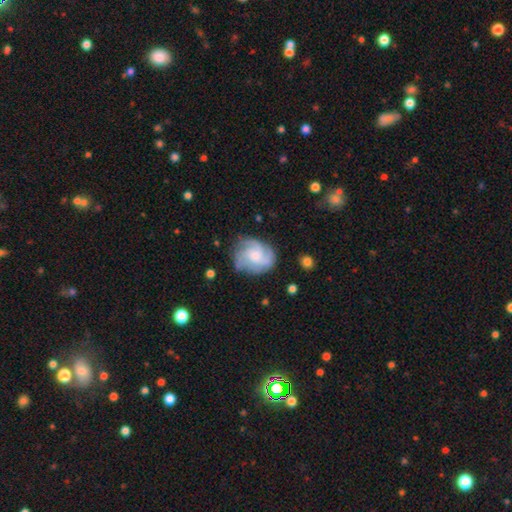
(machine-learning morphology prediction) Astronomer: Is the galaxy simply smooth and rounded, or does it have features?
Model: featured or disk — 76%.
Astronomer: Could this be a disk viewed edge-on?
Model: no — 98%.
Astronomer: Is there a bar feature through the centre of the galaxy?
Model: no — 72%.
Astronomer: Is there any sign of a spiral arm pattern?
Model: yes — 96%.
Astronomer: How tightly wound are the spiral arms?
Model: tight — 43%, tied with medium at 43%.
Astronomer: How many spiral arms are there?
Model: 3 — 39% (runner-up: 4, 24%).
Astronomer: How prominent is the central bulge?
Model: small — 49% (runner-up: moderate, 38%).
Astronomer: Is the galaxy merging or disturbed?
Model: none — 74%.